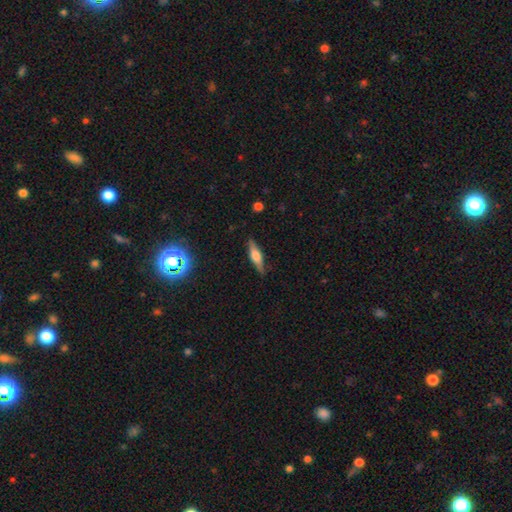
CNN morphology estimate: A featured or disk galaxy (53%) viewed edge-on (94%).

Vote fractions:
- Smooth or featured? featured or disk: 53% / smooth: 40% / star or artifact: 8%
- Edge-on disk? yes: 94% / no: 6%
- Merging? none: 85% / minor disturbance: 11% / major disturbance: 2% / merger: 1%